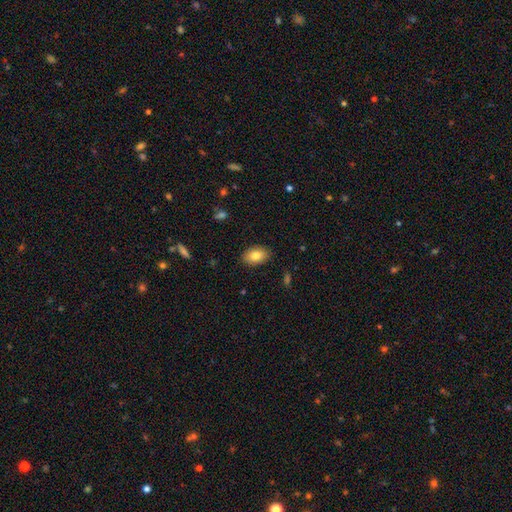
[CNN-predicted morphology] type=smooth (82%); roundness=in between (90%); merging=none (88%).